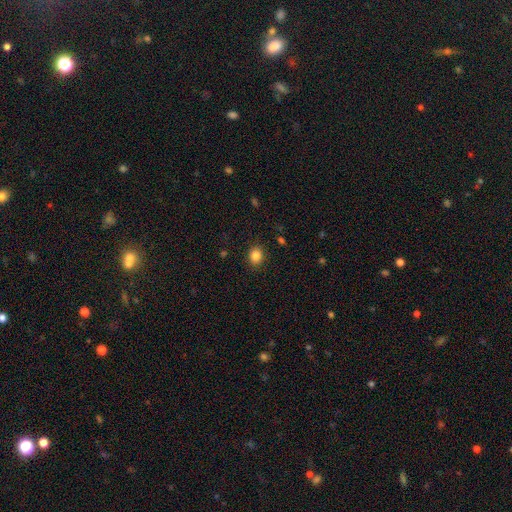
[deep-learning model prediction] This is clearly a smooth galaxy (85%). How rounded: likely round (64%). Merging: clearly none (89%).